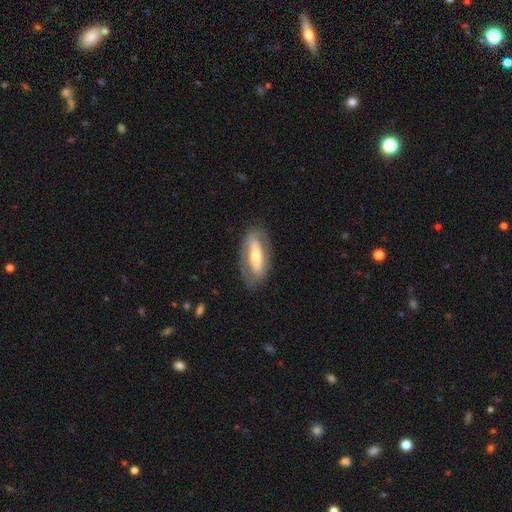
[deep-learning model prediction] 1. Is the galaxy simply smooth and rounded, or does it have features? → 58% featured or disk, 36% smooth, 6% star or artifact.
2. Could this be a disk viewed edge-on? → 77% no, 23% yes.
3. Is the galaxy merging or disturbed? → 78% none, 15% minor disturbance, 6% major disturbance, 1% merger.